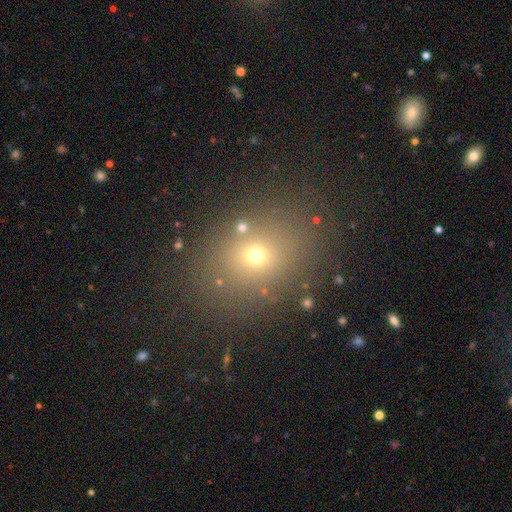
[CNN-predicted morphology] Smooth or featured? Predicted: smooth (p=0.62). How rounded? Predicted: in between (p=0.51). Merging? Predicted: none (p=0.82).